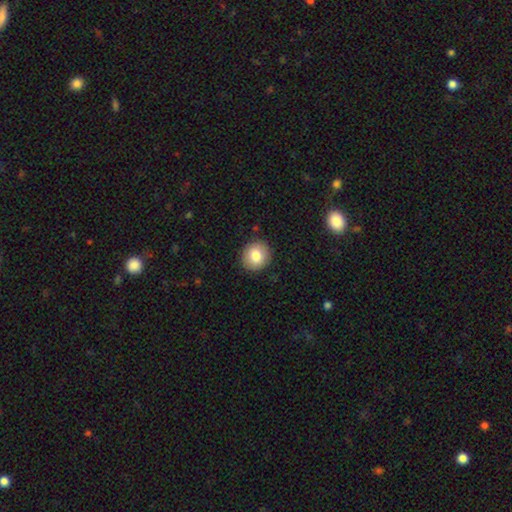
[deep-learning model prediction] Smooth or featured: smooth — 81% (featured or disk — 11%)
How rounded: round — 84% (in between — 16%)
Merging: none — 89% (minor disturbance — 8%)